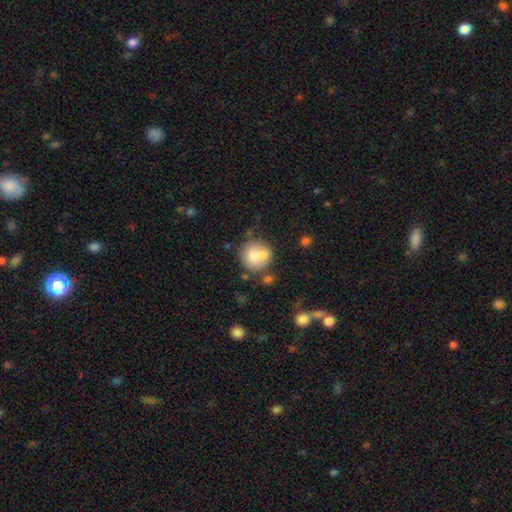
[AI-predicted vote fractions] The model was most divided on "merging": none: 50%, merger: 32%, minor disturbance: 13%, major disturbance: 5%. More confident: how rounded — round (88%); smooth or featured — smooth (73%).